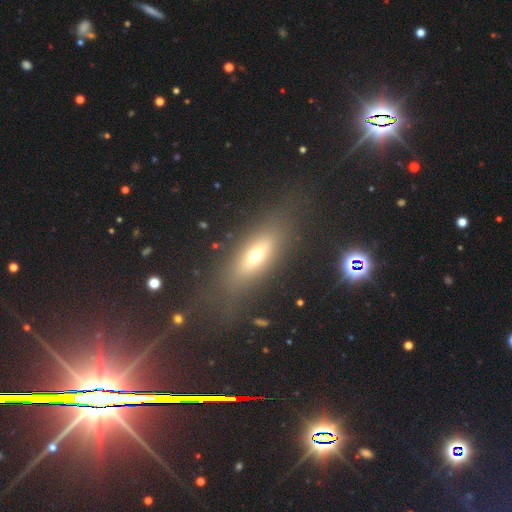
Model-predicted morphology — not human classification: This is possibly a smooth galaxy (56%). How rounded: possibly in between (58%). Merging: likely none (73%).